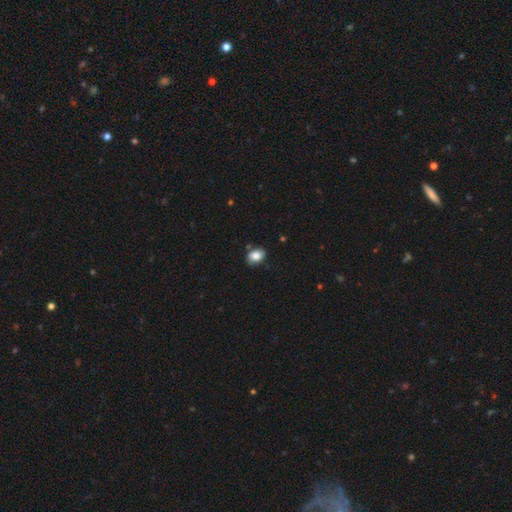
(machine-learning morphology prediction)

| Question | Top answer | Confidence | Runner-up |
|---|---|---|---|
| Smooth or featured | smooth | 82% | featured or disk (10%) |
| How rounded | in between | 75% | round (24%) |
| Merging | none | 76% | minor disturbance (17%) |